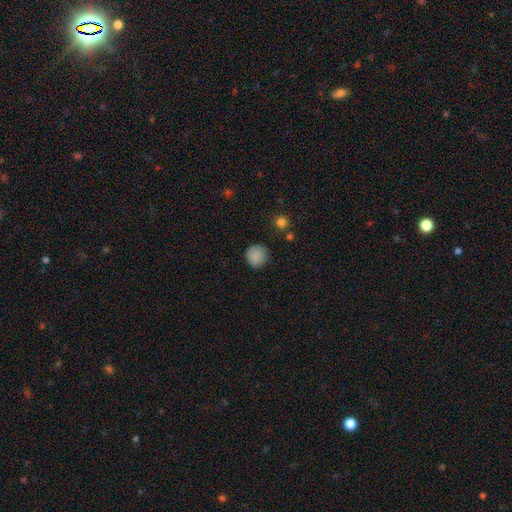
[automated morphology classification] A smooth galaxy with no disk features (87%) that is round (92%).

Vote fractions:
- Smooth or featured? smooth: 87% / star or artifact: 9% / featured or disk: 4%
- How rounded? round: 92% / in between: 7% / cigar-shaped: 1%
- Merging? none: 84% / minor disturbance: 12% / major disturbance: 3% / merger: 2%